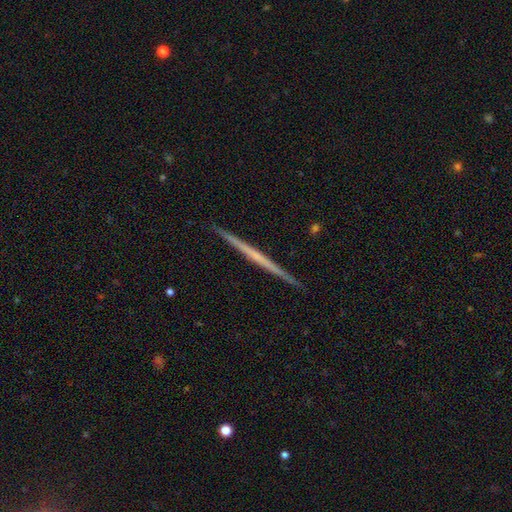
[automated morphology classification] Smooth or featured? Predicted: featured or disk (p=0.69). Edge-on disk? Predicted: yes (p=0.98). Edge-on bulge? Predicted: none (p=0.85). Merging? Predicted: none (p=0.93).